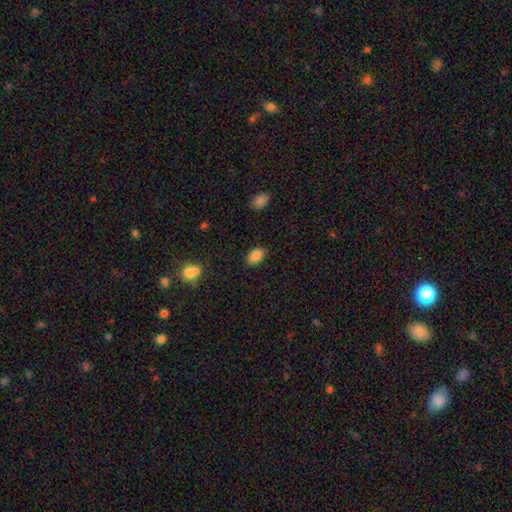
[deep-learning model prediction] smooth 87%, star or artifact 8%, featured or disk 5%. Down the decision tree: how rounded — in between (88%); merging — none (86%).